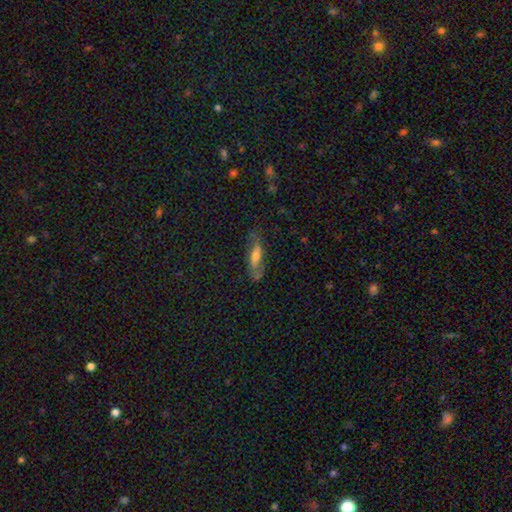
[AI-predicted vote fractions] Overall: smooth (54%; featured or disk 37%). How rounded: cigar-shaped (53%; in between 44%). Merging: none (61%; minor disturbance 23%).